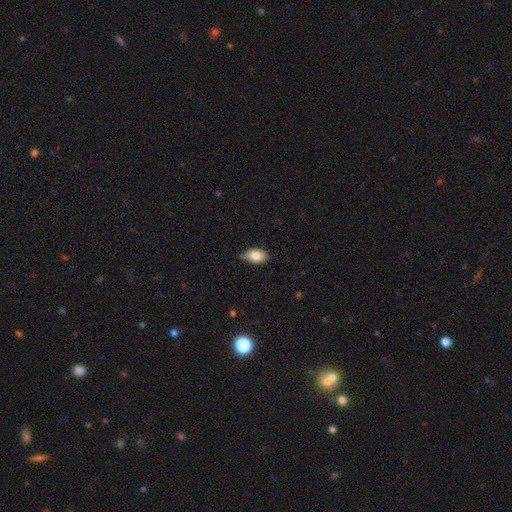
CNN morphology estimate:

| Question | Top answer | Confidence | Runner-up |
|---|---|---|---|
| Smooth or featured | smooth | 84% | featured or disk (8%) |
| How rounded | in between | 90% | round (8%) |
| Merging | none | 68% | minor disturbance (28%) |